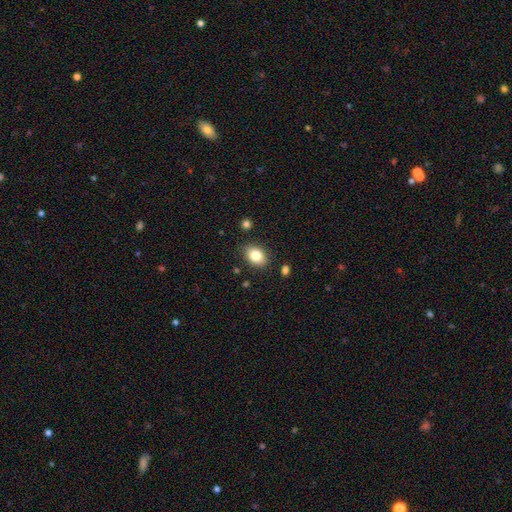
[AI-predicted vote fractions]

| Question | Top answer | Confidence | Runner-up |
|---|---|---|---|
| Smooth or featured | smooth | 83% | featured or disk (9%) |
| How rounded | in between | 75% | round (24%) |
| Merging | none | 85% | minor disturbance (11%) |